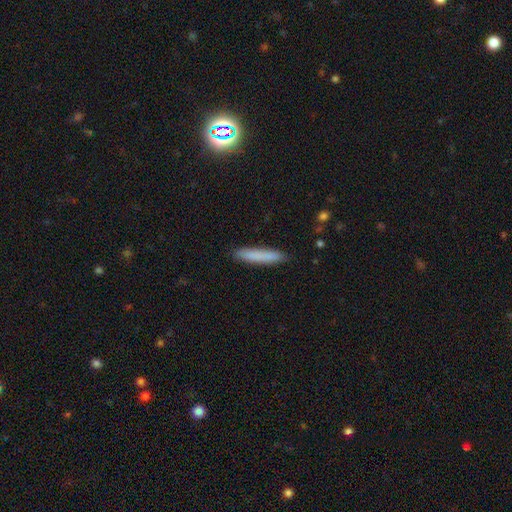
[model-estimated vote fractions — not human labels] Smooth or featured? smooth (81%)
How rounded? cigar-shaped (93%)
Merging? none (90%)